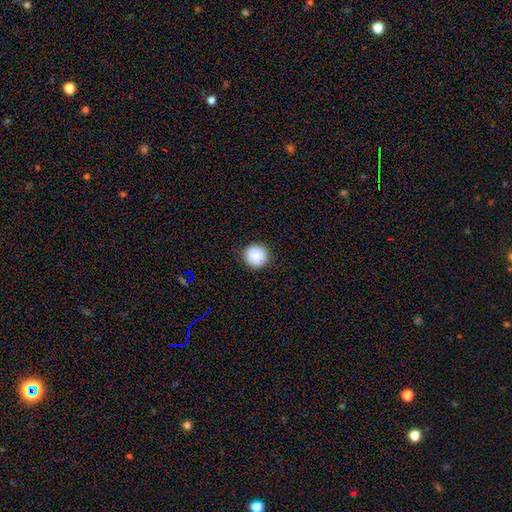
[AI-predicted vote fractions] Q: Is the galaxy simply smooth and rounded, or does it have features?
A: smooth — 88%.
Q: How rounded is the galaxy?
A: round — 95%.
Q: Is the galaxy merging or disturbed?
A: none — 91%.